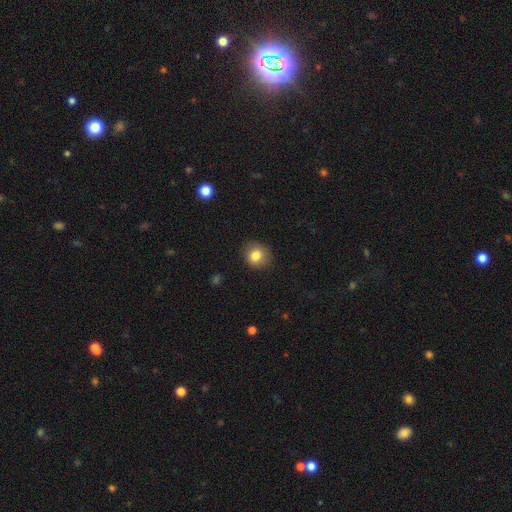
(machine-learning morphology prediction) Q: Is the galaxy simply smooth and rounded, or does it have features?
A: smooth — 83%.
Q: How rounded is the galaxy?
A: round — 82%.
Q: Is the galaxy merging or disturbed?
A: none — 87%.